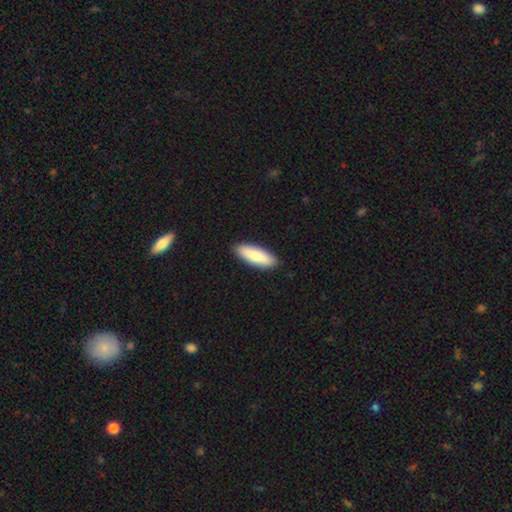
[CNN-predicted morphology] This is clearly a smooth galaxy (83%). How rounded: possibly in between (55%). Merging: clearly none (90%).